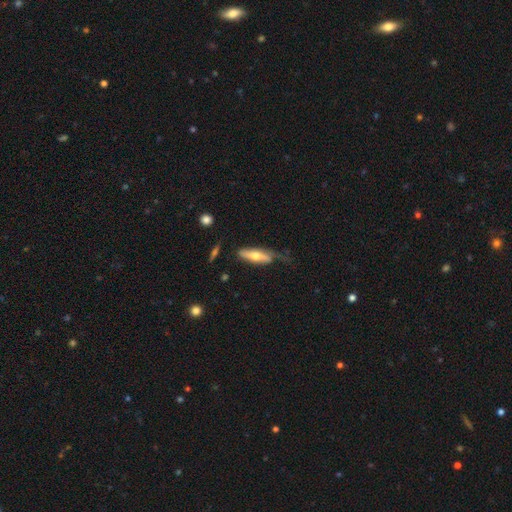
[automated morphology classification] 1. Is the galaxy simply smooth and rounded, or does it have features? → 49% smooth, 46% featured or disk, 6% star or artifact.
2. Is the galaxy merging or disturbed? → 38% none, 33% minor disturbance, 26% major disturbance, 3% merger.